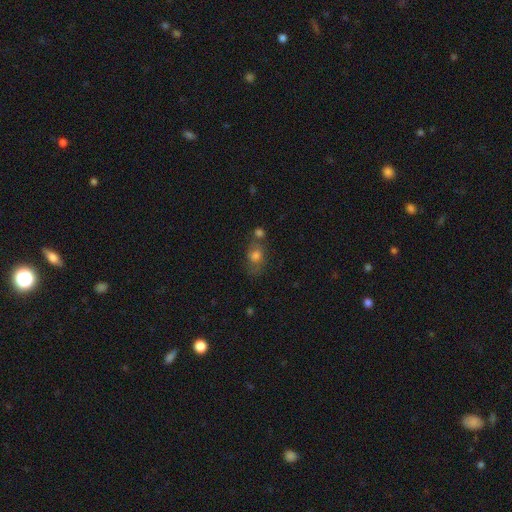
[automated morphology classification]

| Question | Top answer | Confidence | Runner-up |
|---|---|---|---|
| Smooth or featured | smooth | 64% | featured or disk (21%) |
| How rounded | in between | 58% | round (40%) |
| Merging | none | 49% | merger (22%) |